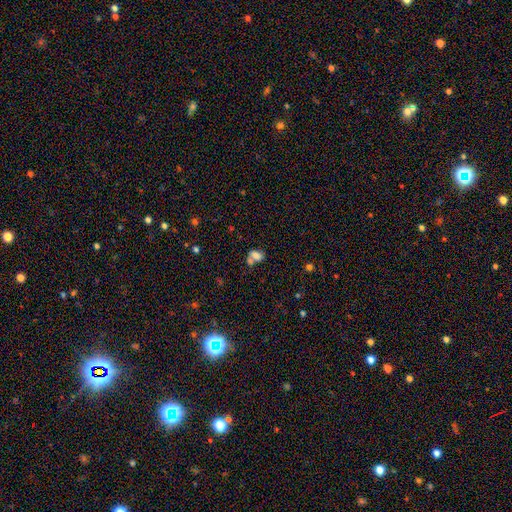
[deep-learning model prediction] Smooth or featured? smooth (71%)
How rounded? in between (77%)
Merging? merger (49%)